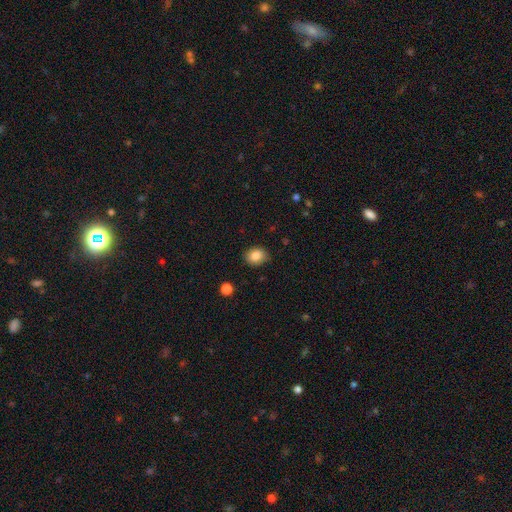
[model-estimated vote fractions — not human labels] Morphology: type=smooth (85%); roundness=round (51%); merging=none (86%).